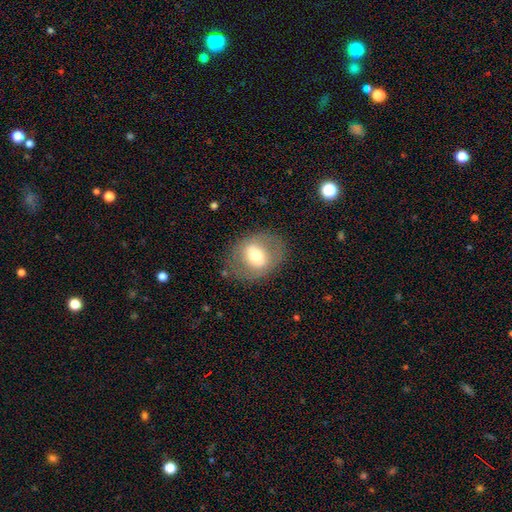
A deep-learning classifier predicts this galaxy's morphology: Smooth or featured? smooth (53%)
How rounded? in between (52%)
Merging? none (78%)